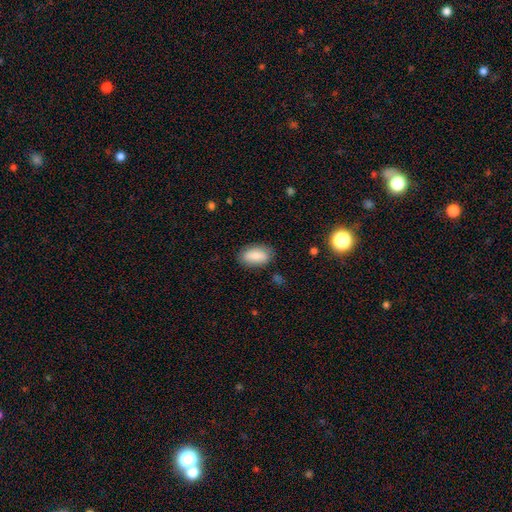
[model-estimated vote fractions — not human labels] Overall: smooth (86%). How rounded: in between (93%). Merging: none (82%).